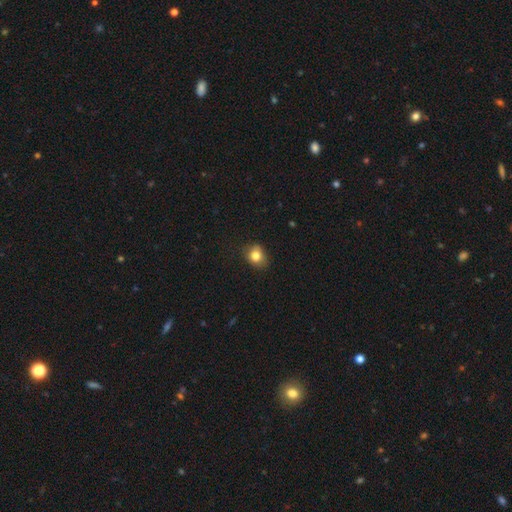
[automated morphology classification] A smooth galaxy with no disk features (81%) that is round (61%). Merging: none (77%).